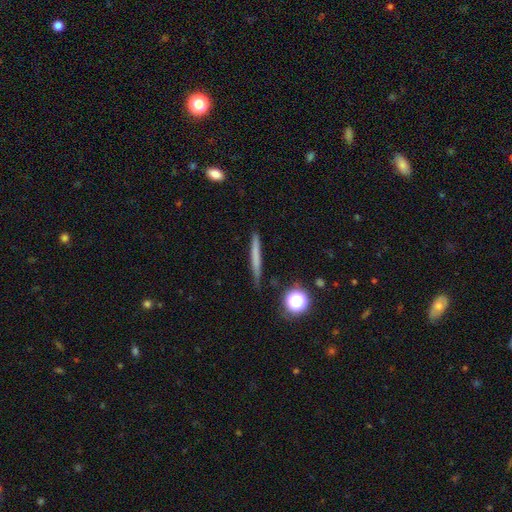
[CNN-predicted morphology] smooth_or_featured: smooth (p=0.61) [alt: featured or disk p=0.29]
how_rounded: cigar-shaped (p=0.94) [alt: round p=0.03]
merging: none (p=0.86) [alt: minor disturbance p=0.10]